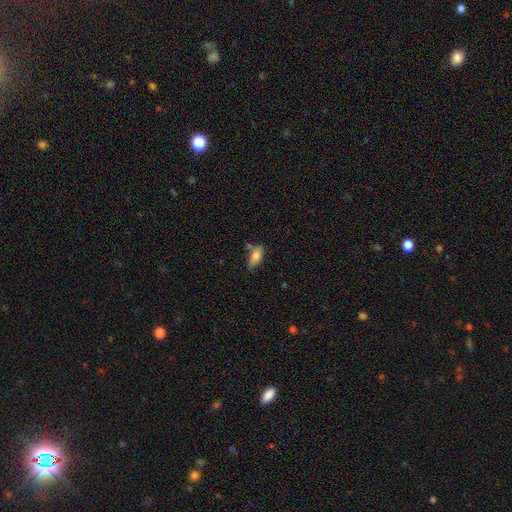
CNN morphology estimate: A smooth galaxy with no disk features (72%) that is in between round and cigar-shaped (80%). Merging: none (55%).